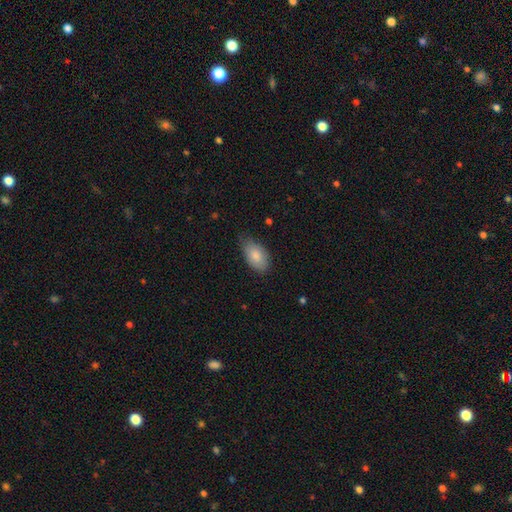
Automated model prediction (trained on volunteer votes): The model was most divided on "merging": none: 68%, minor disturbance: 26%, major disturbance: 5%, merger: 1%. More confident: how rounded — in between (93%); smooth or featured — smooth (85%).